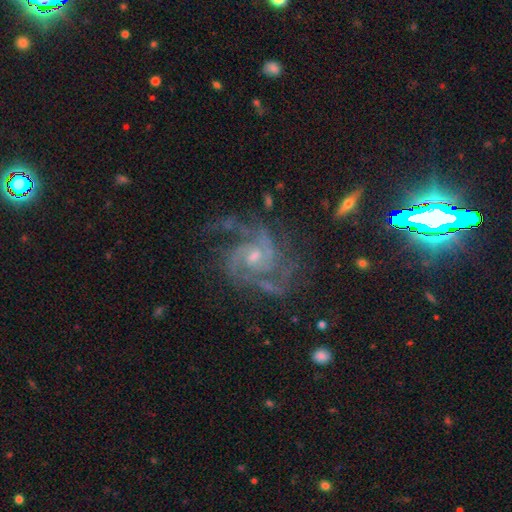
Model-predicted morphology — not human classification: A featured or disk galaxy (90%) with no bar (52%), 2 (36%) medium (48%) spiral arms (97%) and a small central bulge (52%). Merging: none (60%).